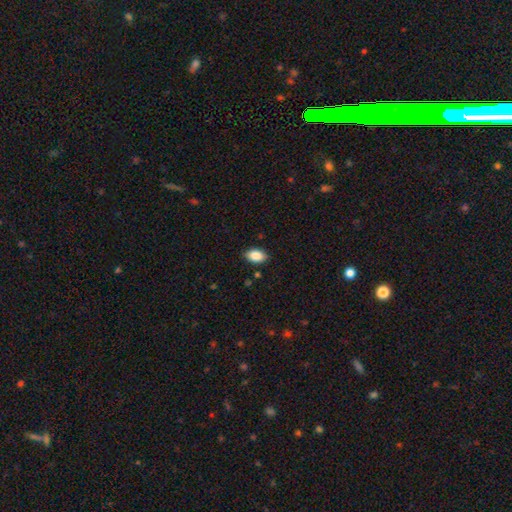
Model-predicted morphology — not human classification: A smooth galaxy with no disk features (86%) that is in between round and cigar-shaped (89%).

Vote fractions:
- Smooth or featured? smooth: 86% / star or artifact: 7% / featured or disk: 6%
- How rounded? in between: 89% / round: 9% / cigar-shaped: 2%
- Merging? none: 85% / minor disturbance: 11% / major disturbance: 2% / merger: 1%